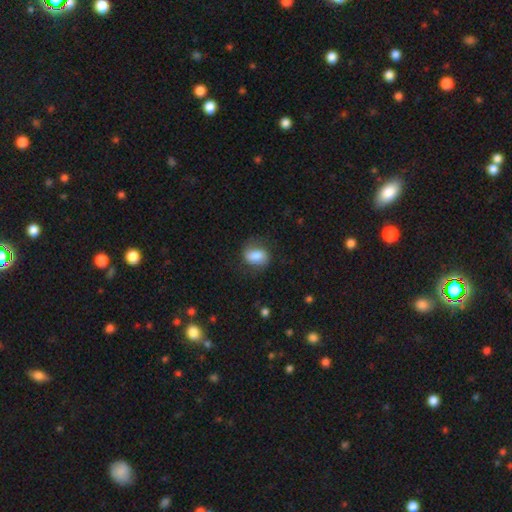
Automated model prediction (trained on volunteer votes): Morphology: type=smooth (73%); roundness=in between (75%); merging=none (67%).